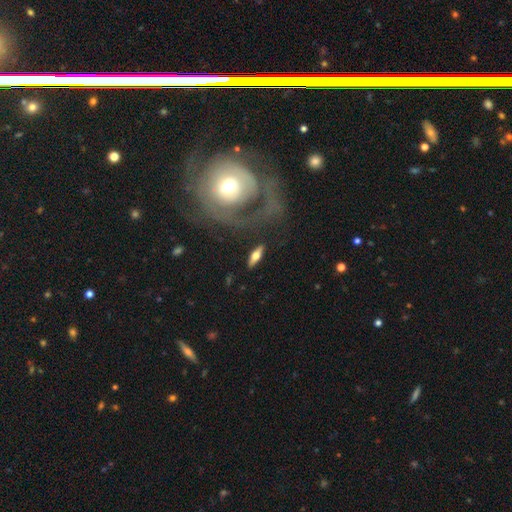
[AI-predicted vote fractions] Morphology: type=smooth (48%); merging=none (80%).